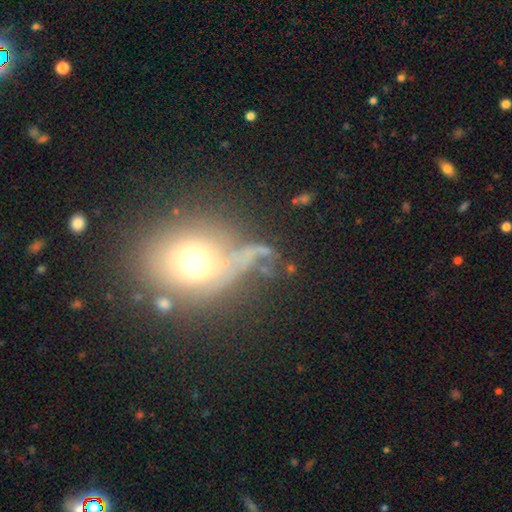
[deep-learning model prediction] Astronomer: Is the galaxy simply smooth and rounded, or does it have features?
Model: smooth — 47% (runner-up: featured or disk, 31%).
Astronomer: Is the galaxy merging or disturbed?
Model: none — 46%.